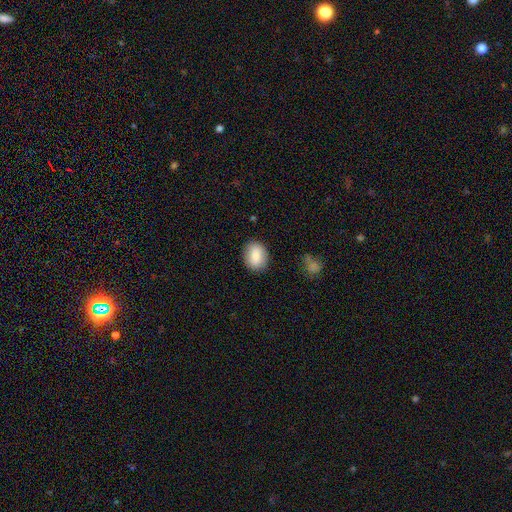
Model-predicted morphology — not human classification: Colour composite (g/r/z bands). It shows a smooth galaxy with no disk features (85%) that is in between round and cigar-shaped (62%). Merging: none (85%).